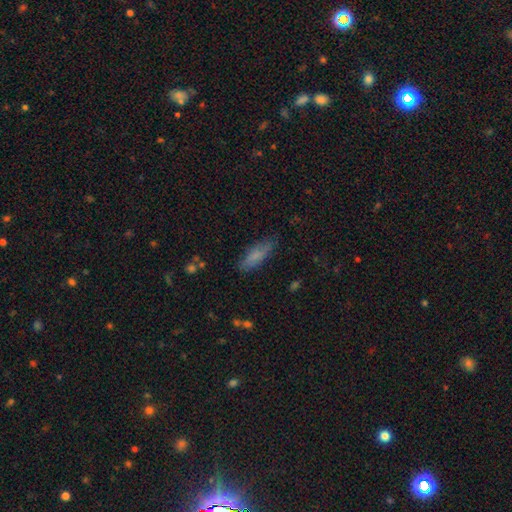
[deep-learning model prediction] smooth-or-featured: smooth: 79% | featured or disk: 14% | star or artifact: 7%
  how-rounded: in between: 52% | cigar-shaped: 46% | round: 2%
  merging: none: 80% | minor disturbance: 15% | major disturbance: 4% | merger: 2%